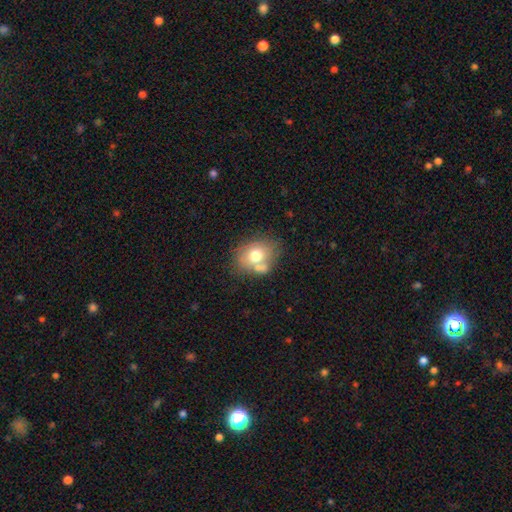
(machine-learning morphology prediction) A smooth galaxy with no disk features (68%) that is in between round and cigar-shaped (56%).

Vote fractions:
- Smooth or featured? smooth: 68% / featured or disk: 22% / star or artifact: 10%
- How rounded? in between: 56% / round: 43% / cigar-shaped: 1%
- Merging? none: 53% / merger: 24% / minor disturbance: 17% / major disturbance: 6%